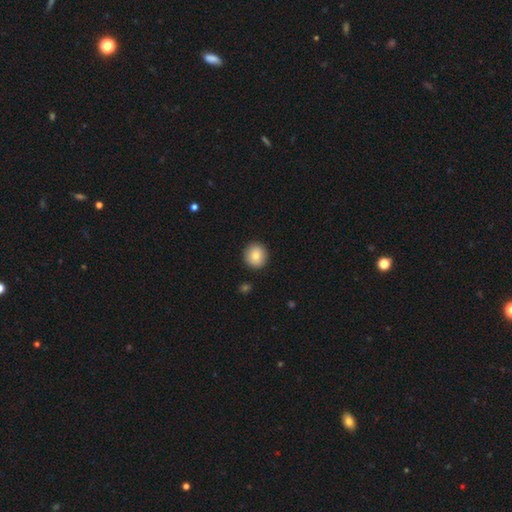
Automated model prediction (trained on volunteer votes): smooth-or-featured: smooth: 81% | featured or disk: 11% | star or artifact: 8%
  how-rounded: round: 91% | in between: 8% | cigar-shaped: 1%
  merging: none: 91% | minor disturbance: 6% | major disturbance: 2% | merger: 1%